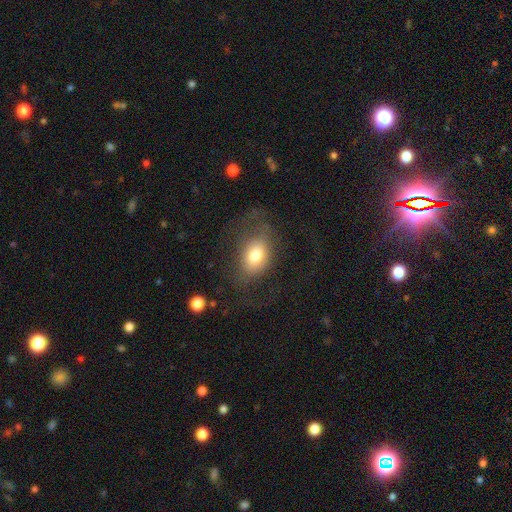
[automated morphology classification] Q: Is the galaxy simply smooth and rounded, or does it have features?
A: smooth — 72%.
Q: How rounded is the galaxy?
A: in between — 82%.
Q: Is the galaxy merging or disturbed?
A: none — 52%.